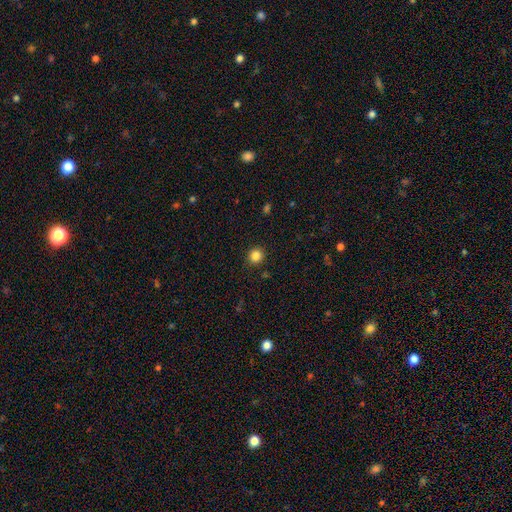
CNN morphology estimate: A smooth galaxy with no disk features (84%) that is round (90%).

Vote fractions:
- Smooth or featured? smooth: 84% / star or artifact: 12% / featured or disk: 4%
- How rounded? round: 90% / in between: 10% / cigar-shaped: 1%
- Merging? none: 90% / minor disturbance: 7% / major disturbance: 2% / merger: 1%